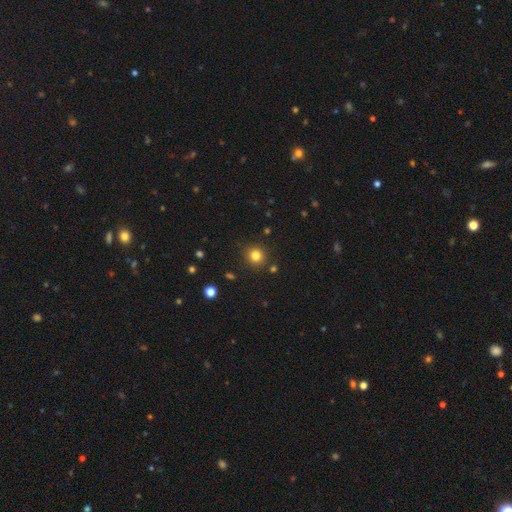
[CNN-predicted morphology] Overall: smooth (81%). How rounded: round (92%). Merging: none (88%).